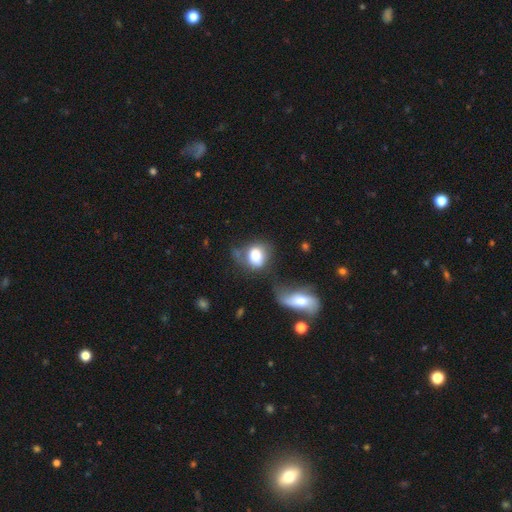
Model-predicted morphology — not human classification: A smooth galaxy with no disk features (78%) that is in between round and cigar-shaped (55%). Merging: none (36%).